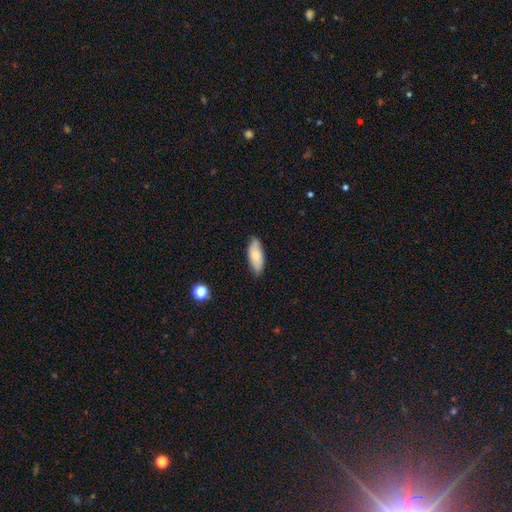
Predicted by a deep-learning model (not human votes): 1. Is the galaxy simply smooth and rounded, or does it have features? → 74% smooth, 19% featured or disk, 6% star or artifact.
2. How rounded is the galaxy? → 77% in between, 21% cigar-shaped, 2% round.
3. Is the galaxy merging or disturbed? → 81% none, 16% minor disturbance, 2% major disturbance, 1% merger.